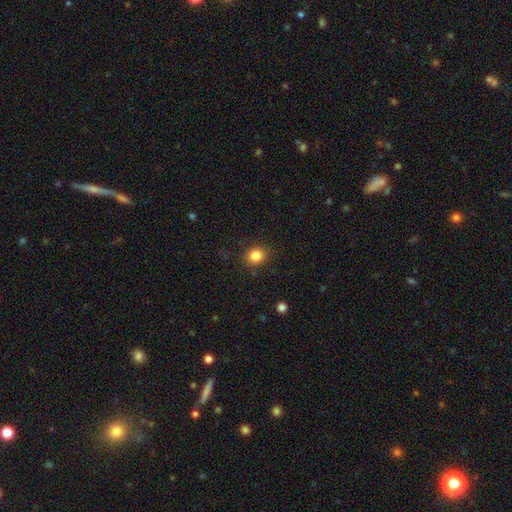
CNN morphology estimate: Overall: smooth (84%). How rounded: round (76%). Merging: none (87%).